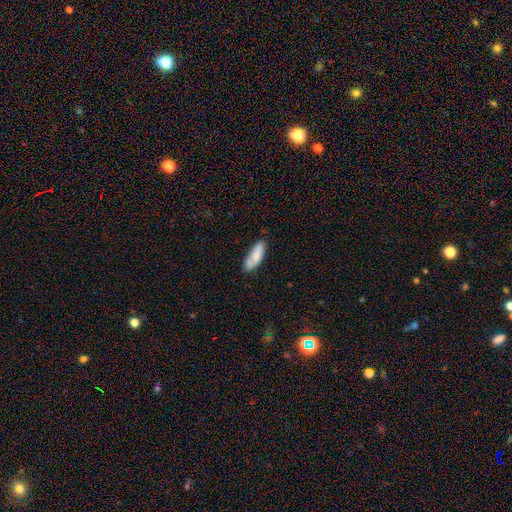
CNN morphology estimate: Q: Smooth or featured?
A: smooth (78%); runner-up: featured or disk (16%)
Q: How rounded?
A: in between (63%); runner-up: cigar-shaped (36%)
Q: Merging?
A: none (65%); runner-up: minor disturbance (22%)